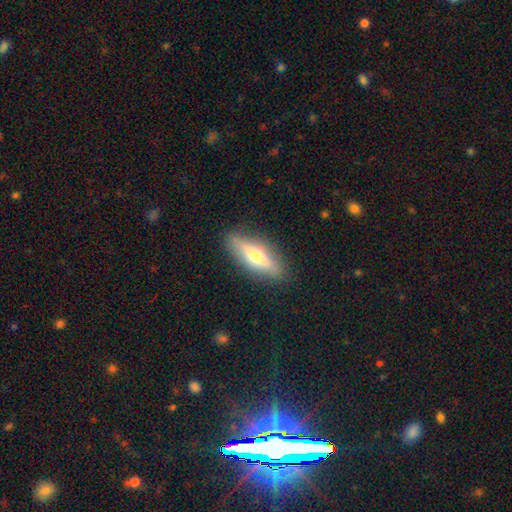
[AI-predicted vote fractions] Smooth or featured: smooth — 50% (featured or disk — 44%)
Merging: none — 87% (minor disturbance — 10%)